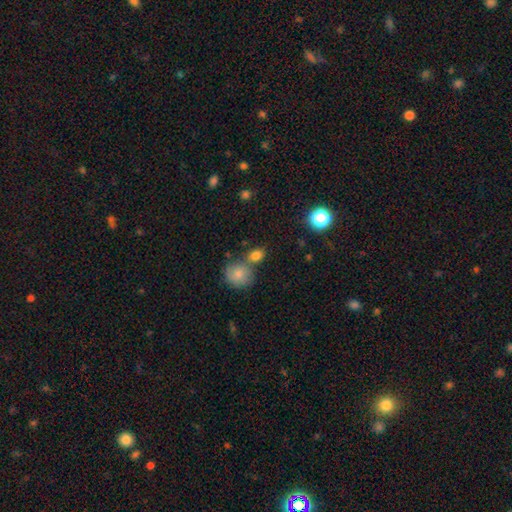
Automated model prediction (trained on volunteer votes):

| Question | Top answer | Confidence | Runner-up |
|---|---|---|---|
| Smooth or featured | smooth | 81% | star or artifact (12%) |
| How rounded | round | 54% | in between (45%) |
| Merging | none | 53% | merger (32%) |